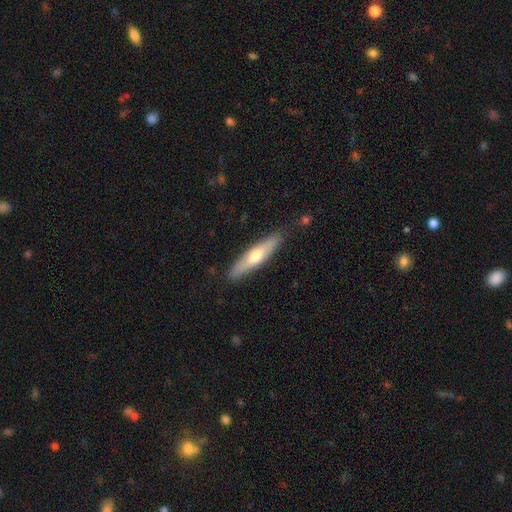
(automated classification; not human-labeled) Morphology: type=smooth (53%); roundness=cigar-shaped (80%); merging=none (86%).